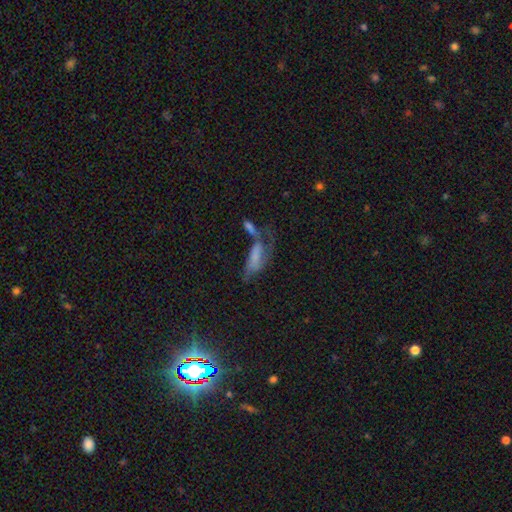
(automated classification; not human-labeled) Morphology: type=smooth (47%); merging=merger (34%).